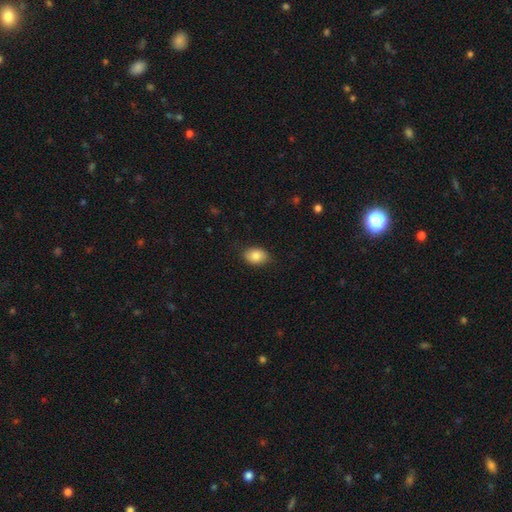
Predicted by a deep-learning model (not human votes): Smooth or featured? Predicted: smooth (p=0.85). How rounded? Predicted: in between (p=0.77). Merging? Predicted: none (p=0.83).